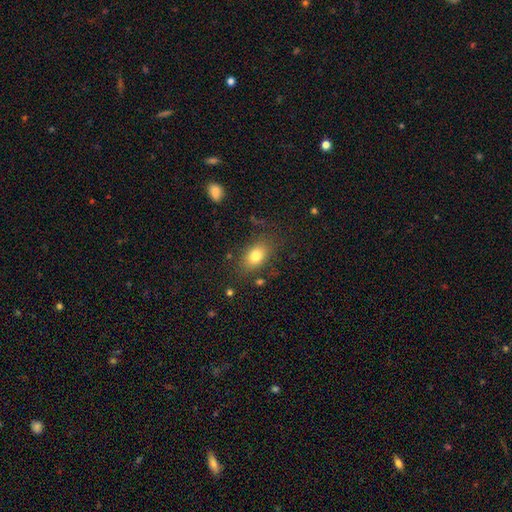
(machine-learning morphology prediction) type=smooth (79%); roundness=in between (82%); merging=none (80%).